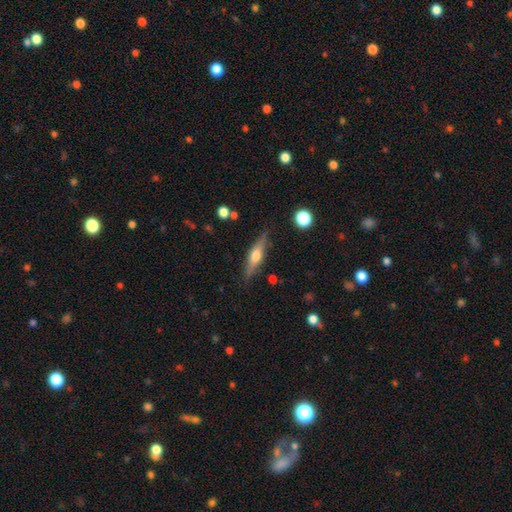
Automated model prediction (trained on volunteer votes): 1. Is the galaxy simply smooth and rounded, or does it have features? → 54% featured or disk, 39% smooth, 7% star or artifact.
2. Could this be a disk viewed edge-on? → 92% yes, 8% no.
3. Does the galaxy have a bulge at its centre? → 89% rounded, 7% boxy, 4% none.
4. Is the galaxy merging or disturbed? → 83% none, 12% minor disturbance, 3% major disturbance, 2% merger.